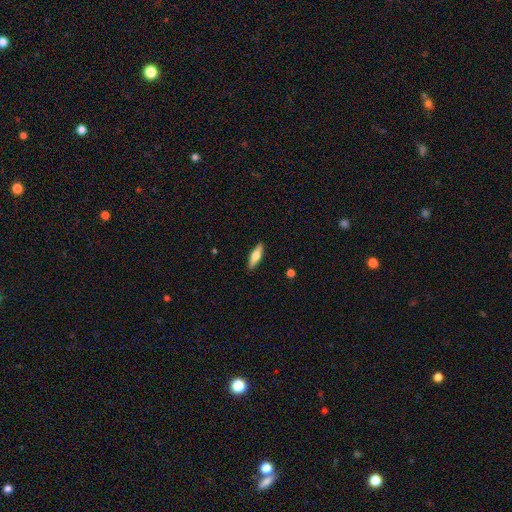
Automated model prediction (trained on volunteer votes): Smooth or featured? Predicted: smooth (p=0.56). How rounded? Predicted: cigar-shaped (p=0.60). Merging? Predicted: none (p=0.89).